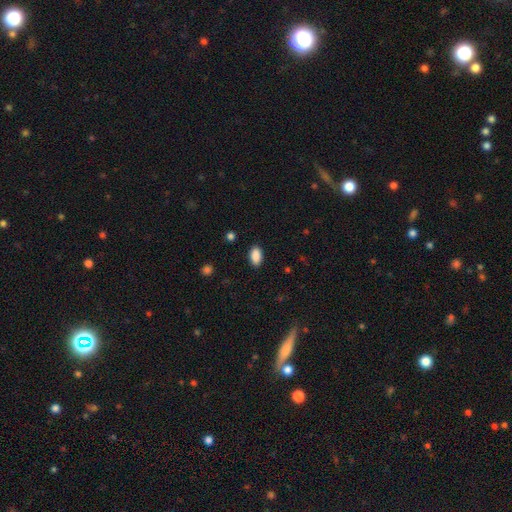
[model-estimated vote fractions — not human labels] This appears to be a smooth galaxy with no disk features (89%) that is in between round and cigar-shaped (93%). Merging: none (88%).